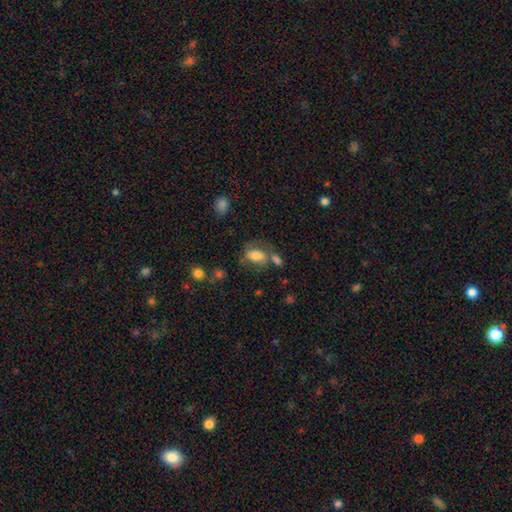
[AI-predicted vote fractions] Smooth or featured: smooth — 67% (featured or disk — 23%)
How rounded: in between — 82% (round — 15%)
Merging: none — 47% (merger — 22%)